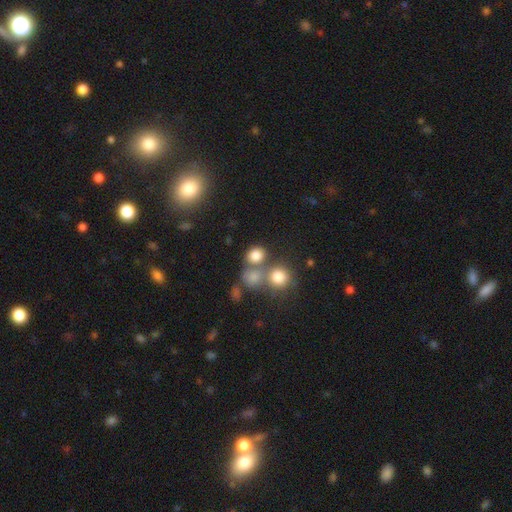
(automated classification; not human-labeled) This is likely a smooth galaxy (78%). How rounded: likely round (72%). Merging: possibly none (52%).